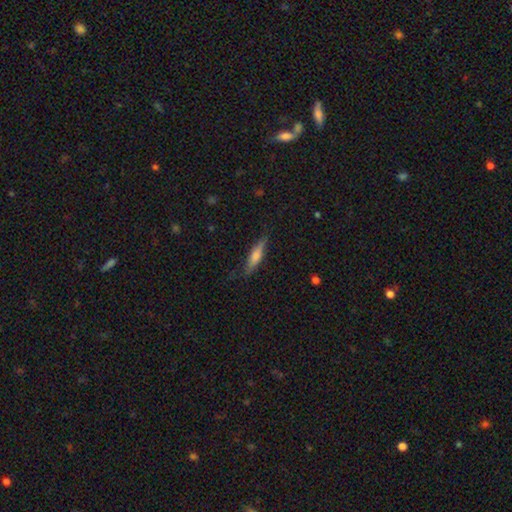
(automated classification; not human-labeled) A smooth galaxy with no disk features (54%) that is cigar-shaped (80%).

Vote fractions:
- Smooth or featured? smooth: 54% / featured or disk: 40% / star or artifact: 7%
- How rounded? cigar-shaped: 80% / in between: 18% / round: 2%
- Merging? none: 82% / minor disturbance: 14% / major disturbance: 3% / merger: 1%